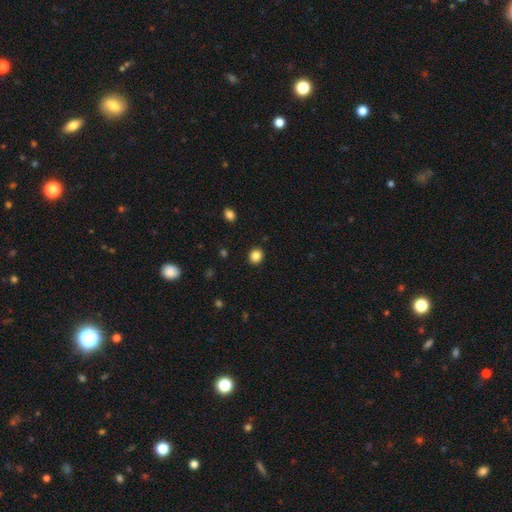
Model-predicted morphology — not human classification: smooth_or_featured: smooth (p=0.85) [alt: star or artifact p=0.11]
how_rounded: round (p=0.82) [alt: in between p=0.17]
merging: none (p=0.91) [alt: minor disturbance p=0.06]